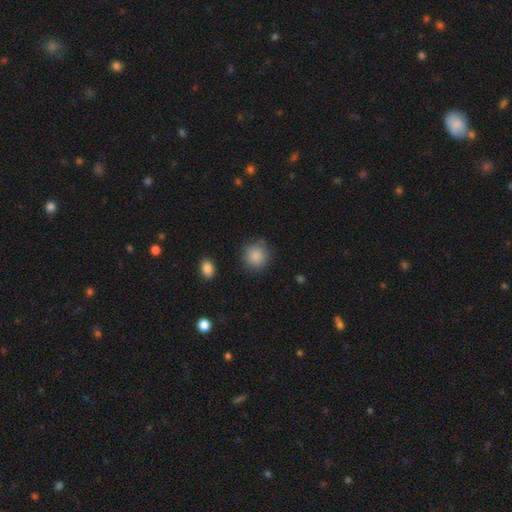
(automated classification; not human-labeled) This is clearly a smooth galaxy (88%). How rounded: clearly round (90%). Merging: clearly none (83%).